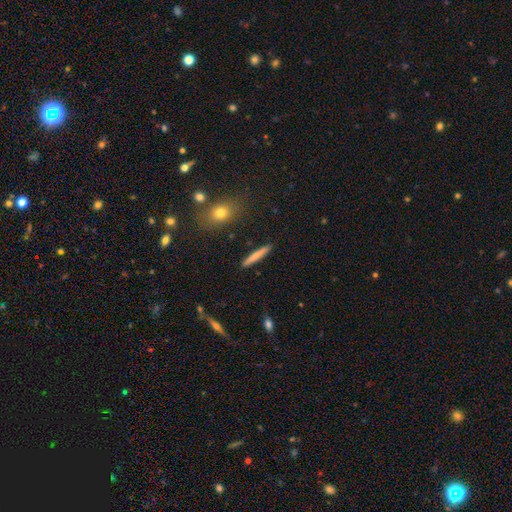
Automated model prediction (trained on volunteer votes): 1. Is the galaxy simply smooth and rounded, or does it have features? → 72% smooth, 22% featured or disk, 6% star or artifact.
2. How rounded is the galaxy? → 94% cigar-shaped, 5% in between, 2% round.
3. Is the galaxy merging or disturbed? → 91% none, 6% minor disturbance, 2% merger, 2% major disturbance.